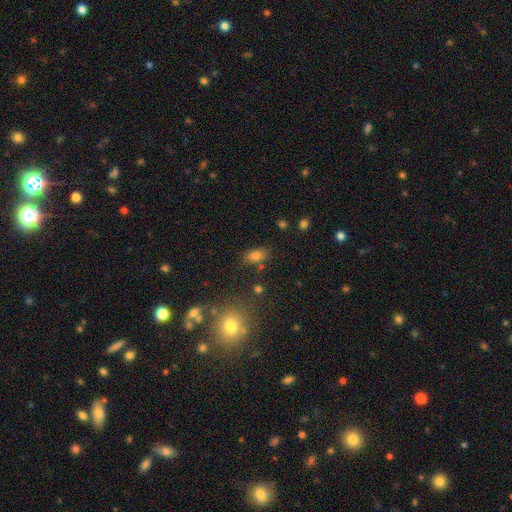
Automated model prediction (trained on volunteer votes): Overall: smooth (79%). How rounded: in between (86%). Merging: none (73%).